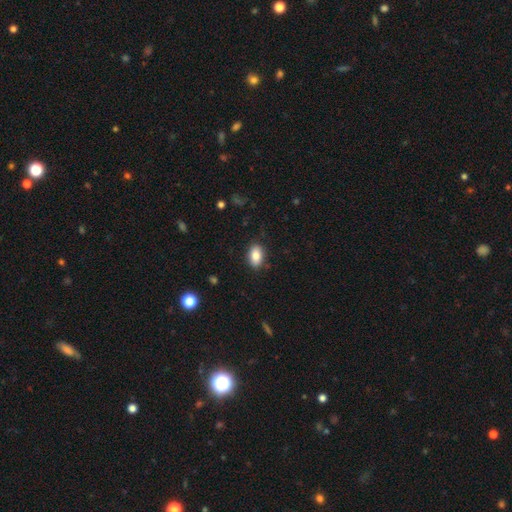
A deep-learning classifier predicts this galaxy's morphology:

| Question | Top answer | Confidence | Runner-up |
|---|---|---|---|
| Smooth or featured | smooth | 84% | featured or disk (9%) |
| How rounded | in between | 88% | round (10%) |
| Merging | none | 87% | minor disturbance (10%) |